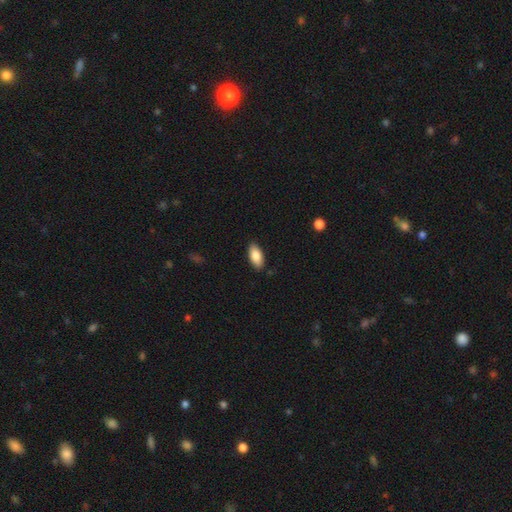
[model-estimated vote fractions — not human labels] Smooth or featured: smooth — 85% (featured or disk — 8%)
How rounded: in between — 91% (cigar-shaped — 7%)
Merging: none — 88% (minor disturbance — 9%)